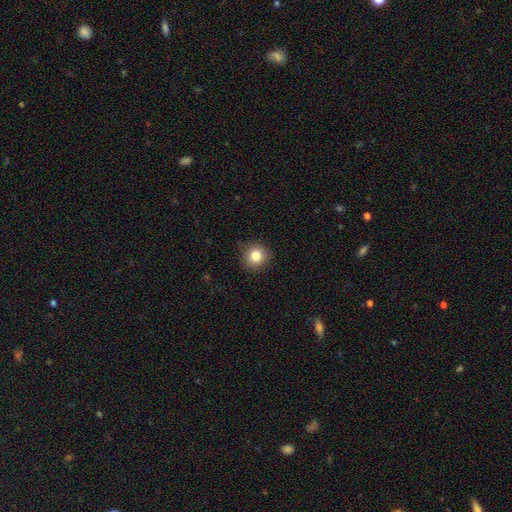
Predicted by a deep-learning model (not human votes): Overall: smooth (82%). How rounded: round (93%). Merging: none (89%).